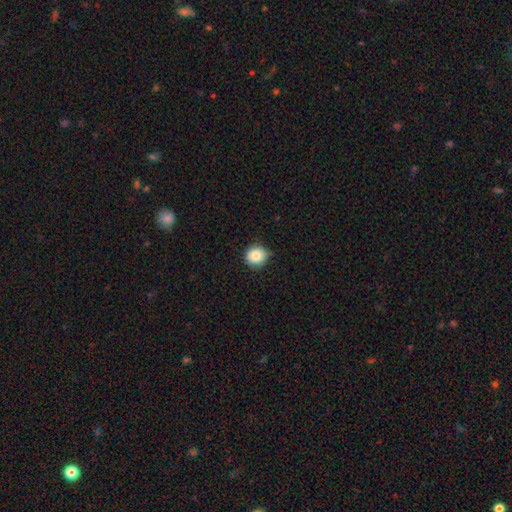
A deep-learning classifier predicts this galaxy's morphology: Smooth or featured? Predicted: smooth (p=0.86). How rounded? Predicted: round (p=0.87). Merging? Predicted: none (p=0.84).